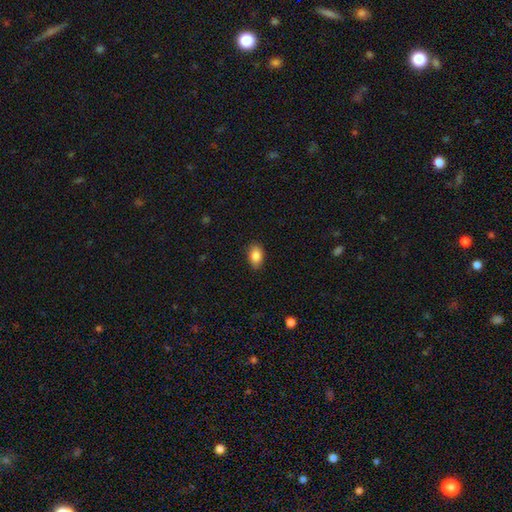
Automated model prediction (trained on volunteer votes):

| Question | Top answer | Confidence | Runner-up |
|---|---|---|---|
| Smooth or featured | smooth | 87% | star or artifact (8%) |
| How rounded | in between | 87% | round (11%) |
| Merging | none | 87% | minor disturbance (10%) |